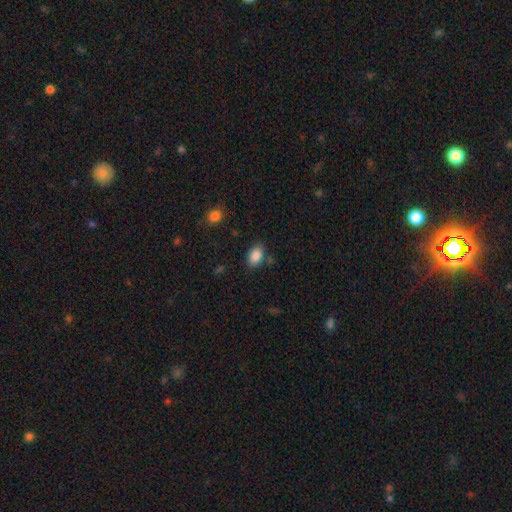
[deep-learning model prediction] A smooth galaxy with no disk features (88%) that is in between round and cigar-shaped (87%).

Vote fractions:
- Smooth or featured? smooth: 88% / star or artifact: 8% / featured or disk: 4%
- How rounded? in between: 87% / round: 12% / cigar-shaped: 1%
- Merging? none: 80% / minor disturbance: 13% / merger: 4% / major disturbance: 3%